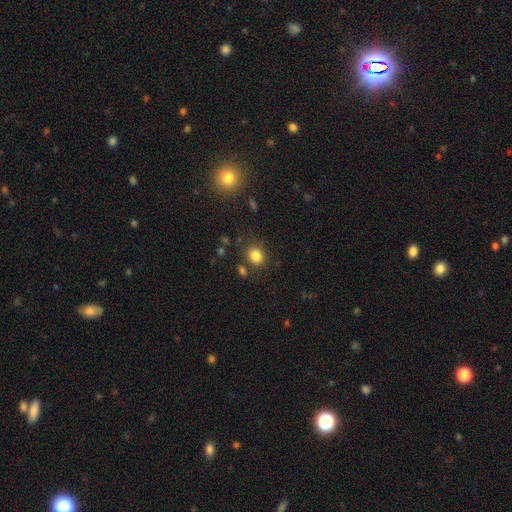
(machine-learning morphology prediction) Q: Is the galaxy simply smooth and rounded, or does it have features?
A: smooth — 83%.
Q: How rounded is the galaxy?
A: round — 70%.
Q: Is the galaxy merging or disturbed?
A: none — 79%.